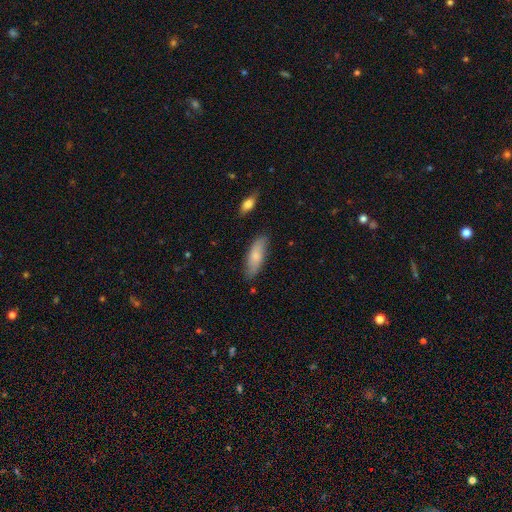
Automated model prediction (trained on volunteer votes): Smooth or featured: smooth — 77% (featured or disk — 17%)
How rounded: in between — 67% (cigar-shaped — 31%)
Merging: none — 79% (minor disturbance — 16%)